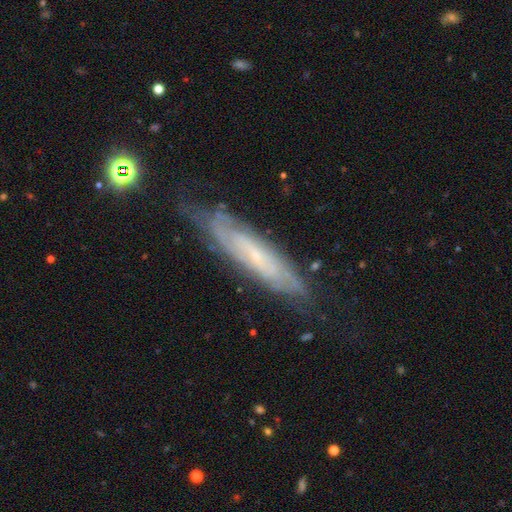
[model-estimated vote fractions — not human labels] Morphology: type=featured or disk (73%); edge-on=no (64%); merging=none (71%).